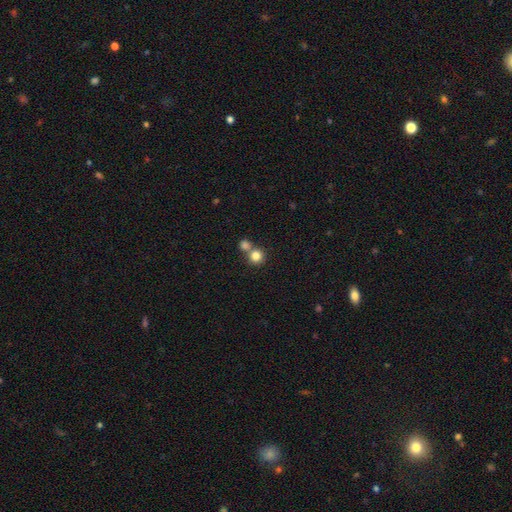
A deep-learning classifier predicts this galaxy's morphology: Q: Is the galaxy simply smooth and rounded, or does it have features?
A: smooth — 82%.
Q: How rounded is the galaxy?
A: round — 91%.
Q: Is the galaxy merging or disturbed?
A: none — 52%.